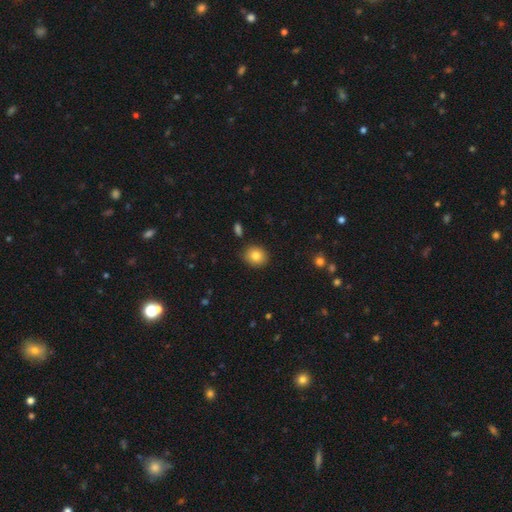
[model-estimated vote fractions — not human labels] smooth 82%, star or artifact 10%, featured or disk 9%. Down the decision tree: how rounded — round (68%); merging — none (87%).